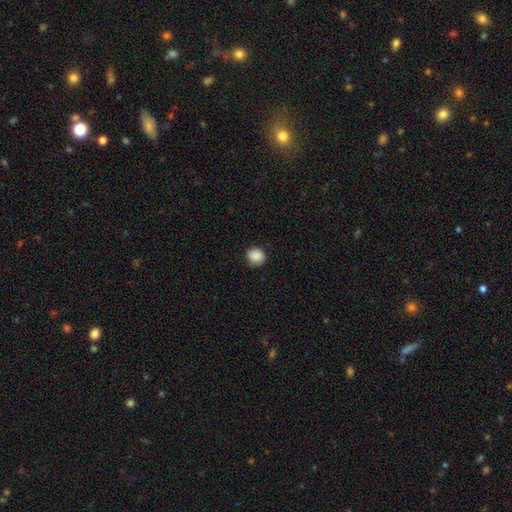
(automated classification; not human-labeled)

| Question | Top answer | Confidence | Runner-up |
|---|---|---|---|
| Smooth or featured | smooth | 88% | star or artifact (8%) |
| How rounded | round | 82% | in between (17%) |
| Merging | none | 82% | minor disturbance (13%) |